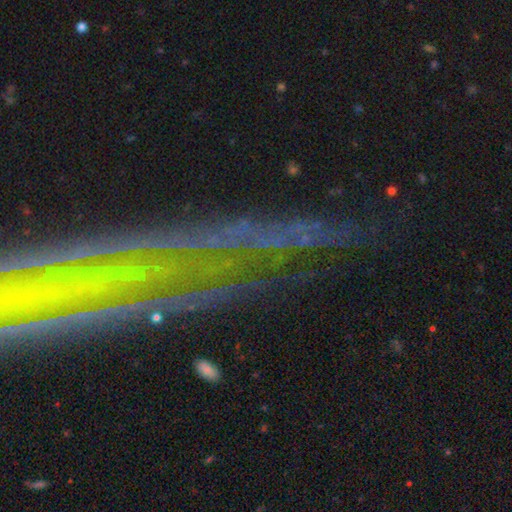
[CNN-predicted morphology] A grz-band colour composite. It shows a star or artifact, not a galaxy (61%).